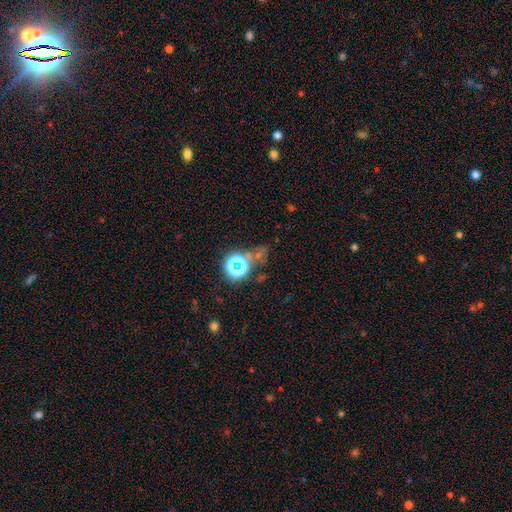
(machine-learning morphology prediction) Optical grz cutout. It shows a star or artifact, not a galaxy (72%).